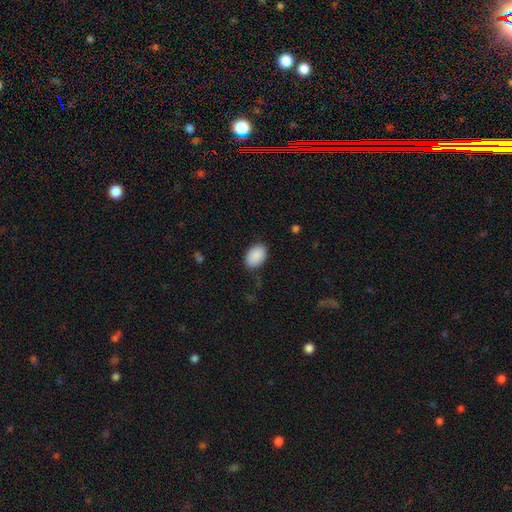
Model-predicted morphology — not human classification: Overall: smooth (91%). How rounded: in between (85%). Merging: none (84%).